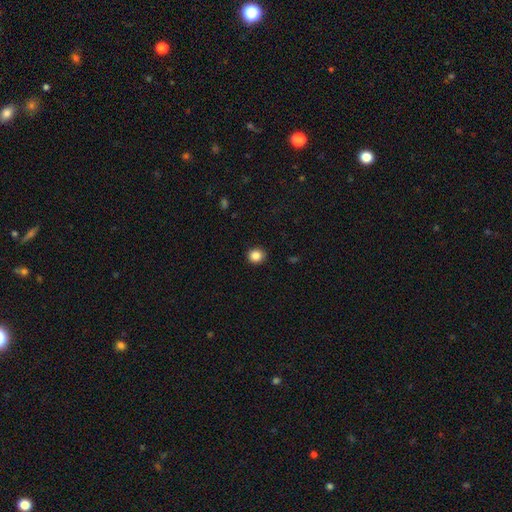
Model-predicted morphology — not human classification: Smooth or featured?
  - smooth: 86% *
  - star or artifact: 10%
  - featured or disk: 4%
How rounded?
  - round: 84% *
  - in between: 16%
  - cigar-shaped: 1%
Merging?
  - none: 91% *
  - minor disturbance: 6%
  - major disturbance: 2%
  - merger: 1%